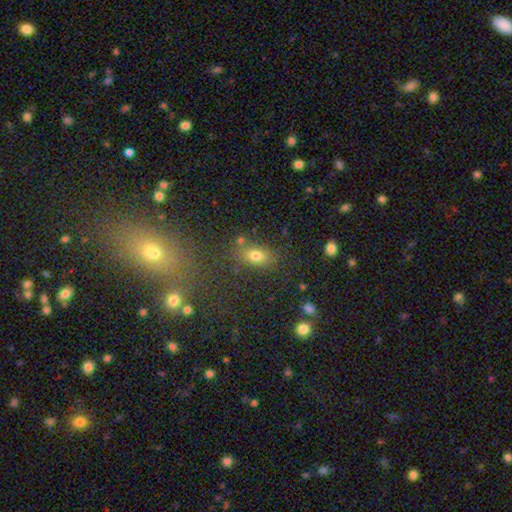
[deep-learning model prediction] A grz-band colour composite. It shows a smooth galaxy with no disk features (73%) that is in between round and cigar-shaped (78%). Merging: none (74%).